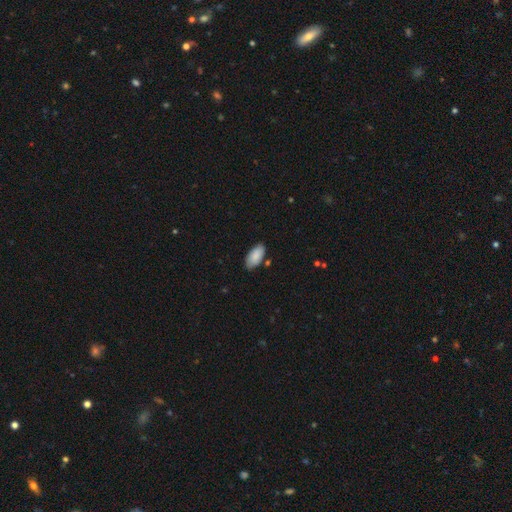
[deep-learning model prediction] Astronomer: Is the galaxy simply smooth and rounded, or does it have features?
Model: smooth — 87%.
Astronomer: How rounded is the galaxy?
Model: in between — 94%.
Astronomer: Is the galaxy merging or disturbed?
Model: none — 79%.